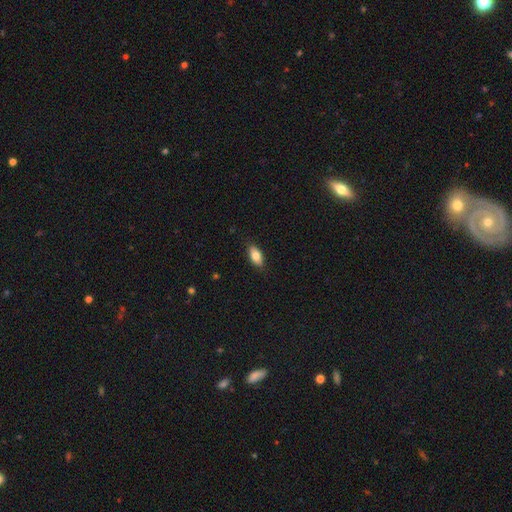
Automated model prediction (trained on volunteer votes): Q: Smooth or featured?
A: smooth (80%); runner-up: featured or disk (14%)
Q: How rounded?
A: in between (89%); runner-up: cigar-shaped (8%)
Q: Merging?
A: none (86%); runner-up: minor disturbance (11%)